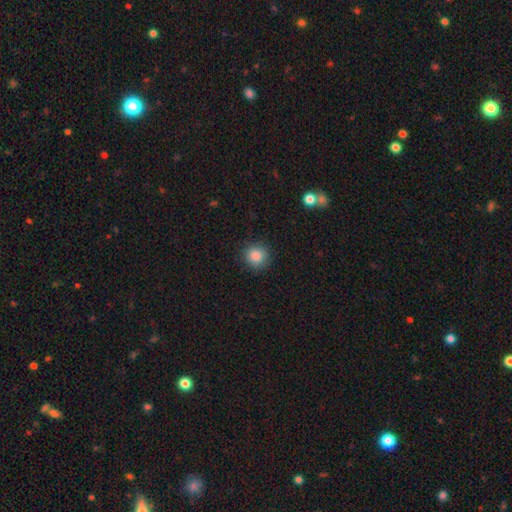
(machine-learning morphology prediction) Q: Smooth or featured?
A: smooth (87%); runner-up: star or artifact (10%)
Q: How rounded?
A: round (92%); runner-up: in between (7%)
Q: Merging?
A: none (87%); runner-up: minor disturbance (9%)